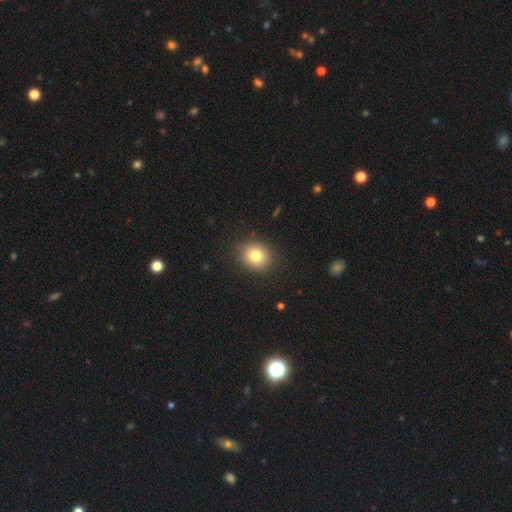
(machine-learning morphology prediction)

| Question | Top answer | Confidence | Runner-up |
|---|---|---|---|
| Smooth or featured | smooth | 80% | star or artifact (11%) |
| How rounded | round | 72% | in between (27%) |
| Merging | none | 86% | minor disturbance (10%) |